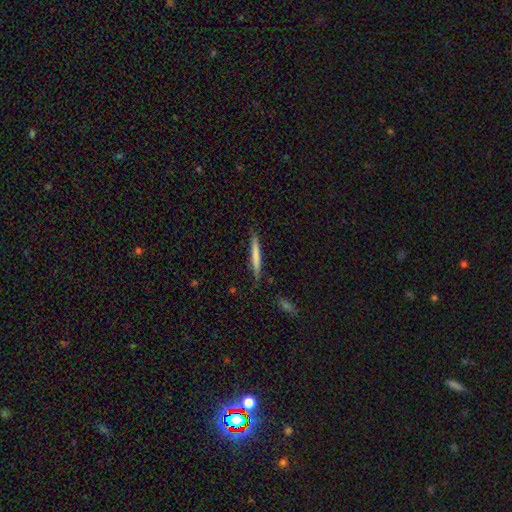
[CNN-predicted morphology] A smooth galaxy with no disk features (68%) that is cigar-shaped (96%). Merging: none (83%).